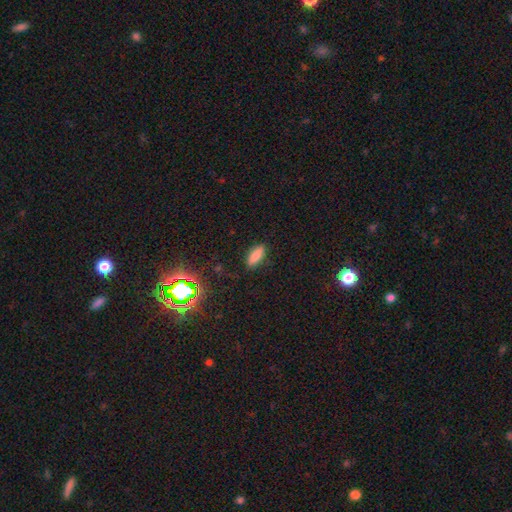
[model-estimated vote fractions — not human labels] This is clearly a smooth galaxy (81%). How rounded: likely in between (60%). Merging: clearly none (86%).